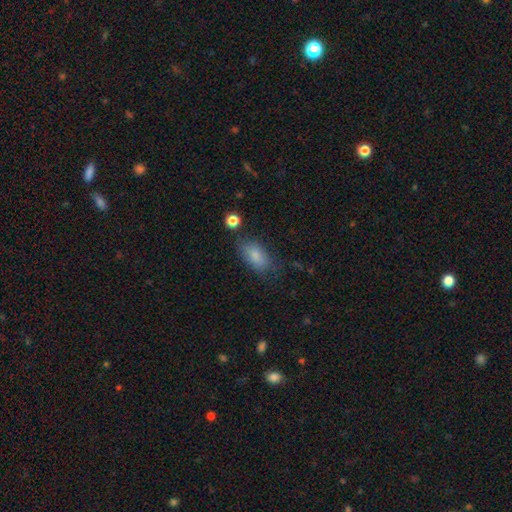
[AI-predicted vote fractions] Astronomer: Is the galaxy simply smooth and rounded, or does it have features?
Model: smooth — 82%.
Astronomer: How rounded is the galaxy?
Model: in between — 89%.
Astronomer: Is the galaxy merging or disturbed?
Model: none — 69%.